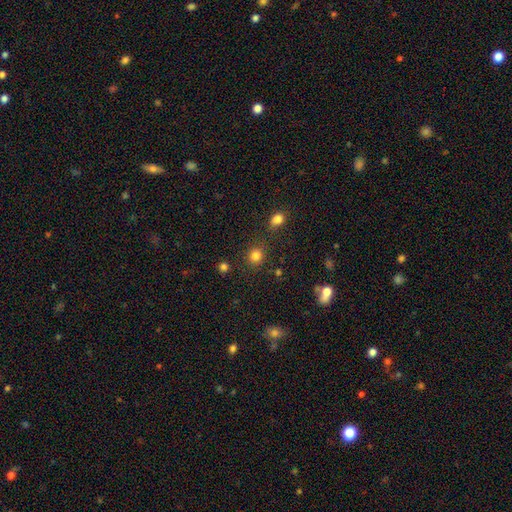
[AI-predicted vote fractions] Smooth or featured? smooth (82%)
How rounded? round (83%)
Merging? none (84%)